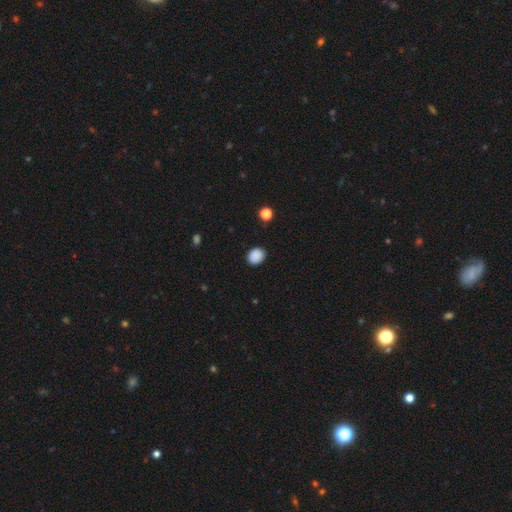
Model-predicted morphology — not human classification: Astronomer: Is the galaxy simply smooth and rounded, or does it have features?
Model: smooth — 88%.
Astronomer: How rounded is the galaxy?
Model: round — 57% (runner-up: in between, 43%).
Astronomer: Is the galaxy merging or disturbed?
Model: none — 88%.